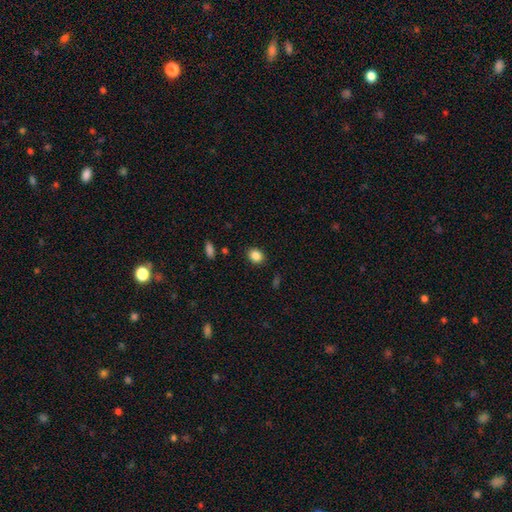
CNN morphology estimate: smooth_or_featured: smooth (p=0.87) [alt: star or artifact p=0.09]
how_rounded: round (p=0.53) [alt: in between p=0.46]
merging: none (p=0.88) [alt: minor disturbance p=0.08]